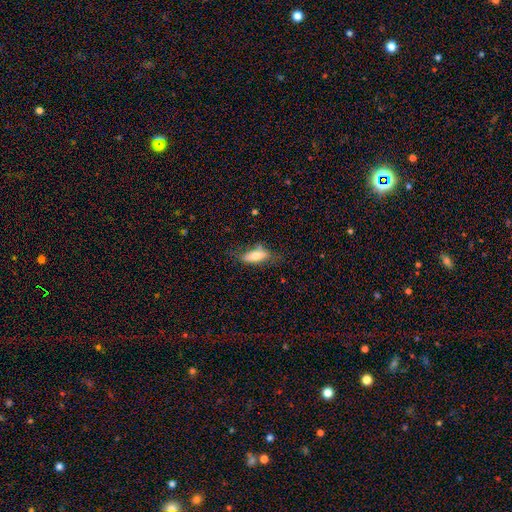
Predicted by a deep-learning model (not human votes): Smooth or featured?
  - smooth: 66% *
  - featured or disk: 27%
  - star or artifact: 7%
How rounded?
  - in between: 72% *
  - cigar-shaped: 25%
  - round: 3%
Merging?
  - none: 65% *
  - minor disturbance: 24%
  - major disturbance: 8%
  - merger: 3%